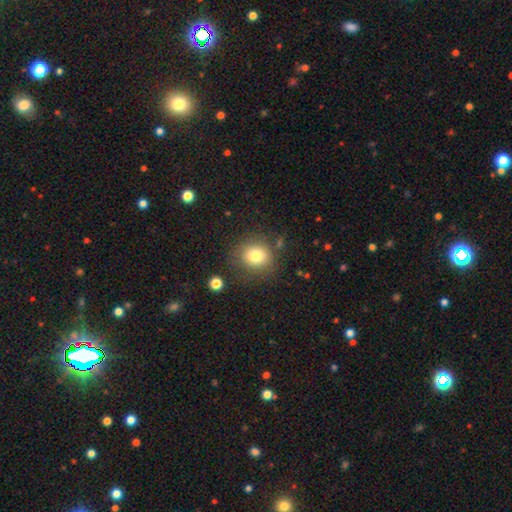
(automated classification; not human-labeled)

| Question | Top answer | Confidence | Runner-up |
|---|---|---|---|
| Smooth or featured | smooth | 79% | star or artifact (12%) |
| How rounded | round | 82% | in between (17%) |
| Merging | none | 78% | minor disturbance (13%) |